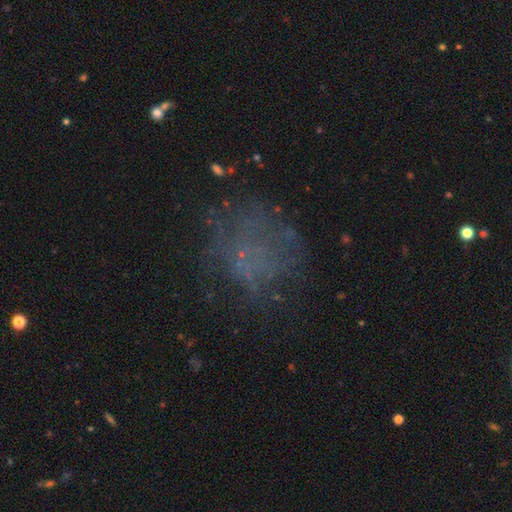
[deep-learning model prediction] This appears to be a featured or disk galaxy (34%, tied with star or artifact). Merging: none (64%).